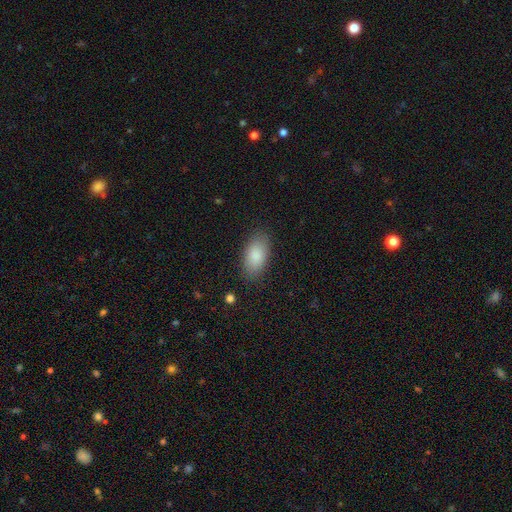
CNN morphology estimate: smooth-or-featured: smooth: 87% | featured or disk: 7% | star or artifact: 7%
  how-rounded: in between: 93% | cigar-shaped: 3% | round: 3%
  merging: none: 85% | minor disturbance: 11% | major disturbance: 3% | merger: 1%